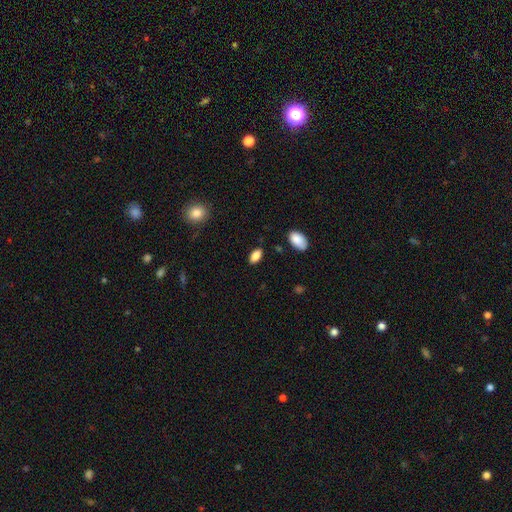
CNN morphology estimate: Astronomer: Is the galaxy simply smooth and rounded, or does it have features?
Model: smooth — 86%.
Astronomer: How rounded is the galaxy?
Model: in between — 90%.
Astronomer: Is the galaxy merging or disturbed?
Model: none — 86%.